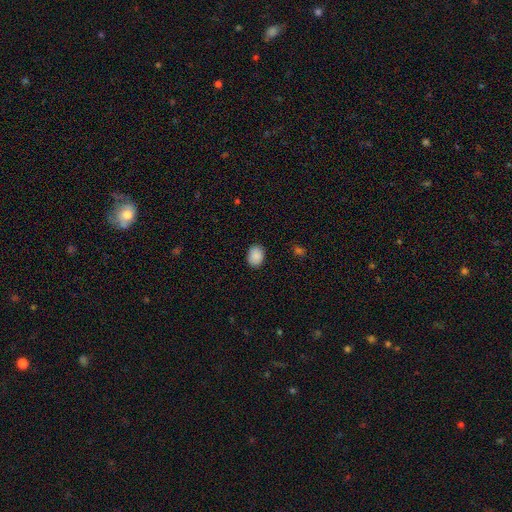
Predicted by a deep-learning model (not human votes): Smooth or featured? Predicted: smooth (p=0.89). How rounded? Predicted: in between (p=0.65). Merging? Predicted: none (p=0.87).